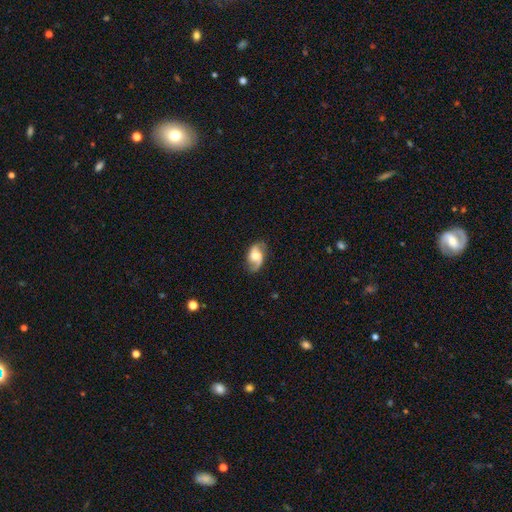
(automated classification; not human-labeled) Morphology: type=featured or disk (72%); edge-on=no (96%); bar=no (53%); spiral arms=yes (94%); winding=loose (54%); arm count=2 (87%); bulge=moderate (48%); merging=none (77%).